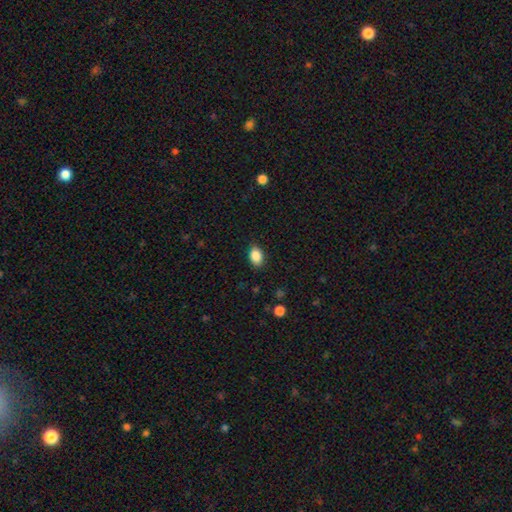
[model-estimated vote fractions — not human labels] Smooth or featured? Predicted: smooth (p=0.88). How rounded? Predicted: in between (p=0.83). Merging? Predicted: none (p=0.86).